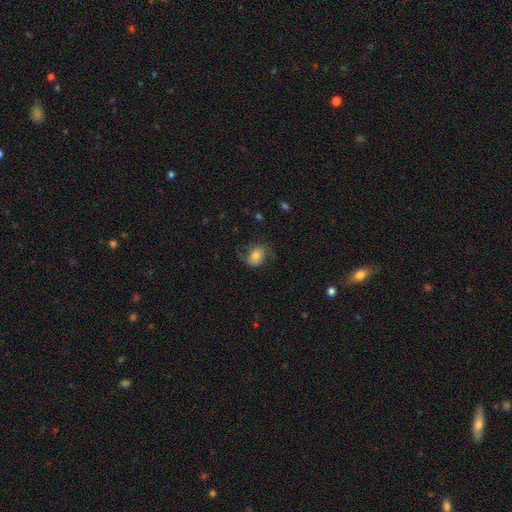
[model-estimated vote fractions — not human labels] A smooth galaxy with no disk features (56%) that is in between round and cigar-shaped (65%). Merging: none (60%).